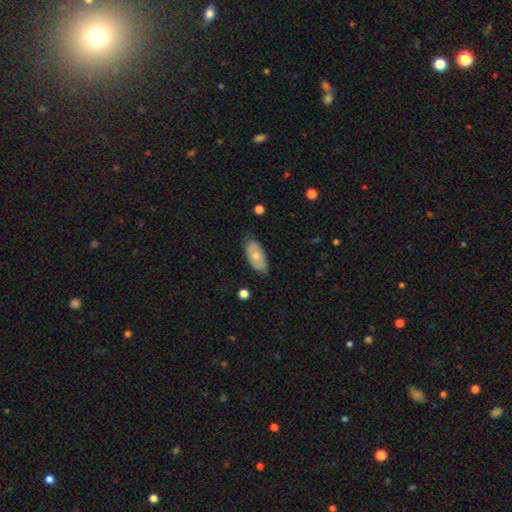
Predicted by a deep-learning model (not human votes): Overall: smooth (67%). How rounded: in between (92%). Merging: none (76%).